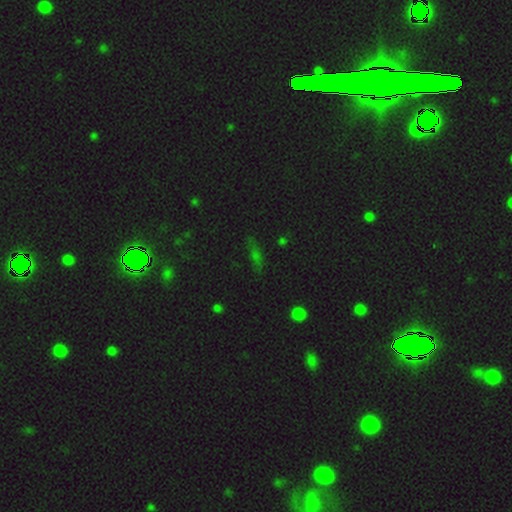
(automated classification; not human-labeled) Overall: star or artifact (47%; smooth 38%).